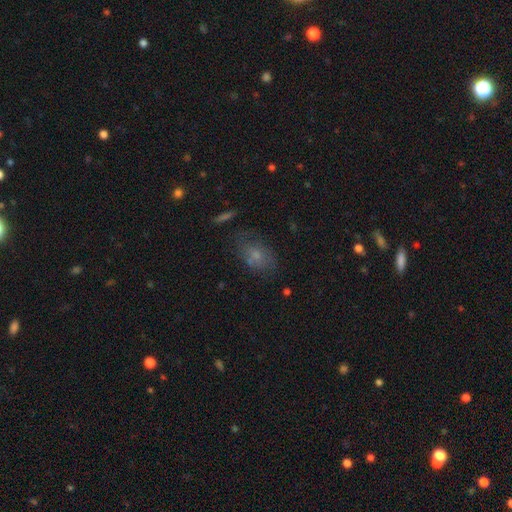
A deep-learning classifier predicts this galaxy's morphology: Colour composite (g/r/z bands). It shows a smooth galaxy with no disk features (63%) that is in between round and cigar-shaped (83%). Merging: none (62%).